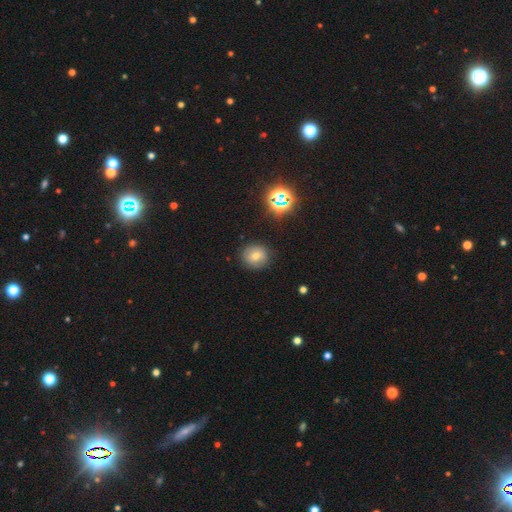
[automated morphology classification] This is likely a smooth galaxy (65%). How rounded: clearly round (87%). Merging: clearly none (86%).